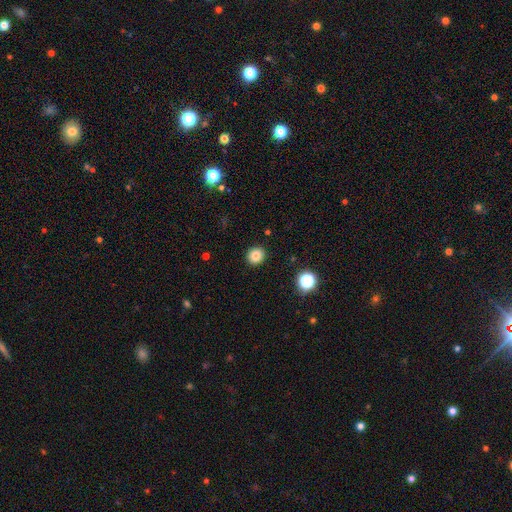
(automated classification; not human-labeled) Overall: smooth (82%). How rounded: round (89%). Merging: none (91%).